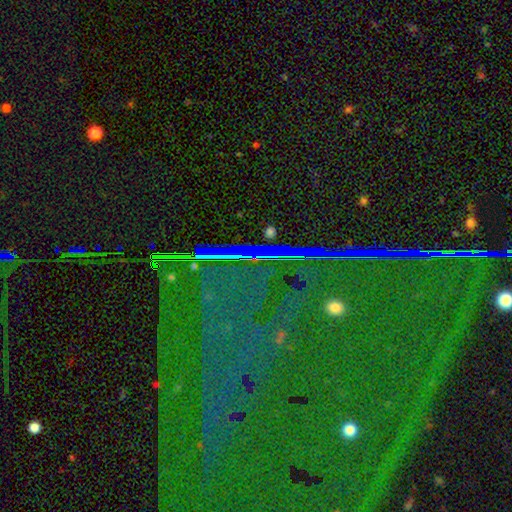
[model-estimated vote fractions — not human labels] Q: Smooth or featured?
A: star or artifact (81%); runner-up: featured or disk (11%)